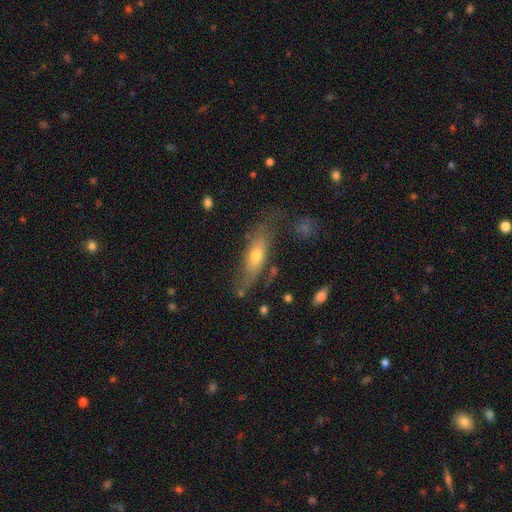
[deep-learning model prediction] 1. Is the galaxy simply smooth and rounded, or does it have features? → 50% featured or disk, 42% smooth, 9% star or artifact.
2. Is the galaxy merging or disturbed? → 56% none, 24% minor disturbance, 15% major disturbance, 5% merger.